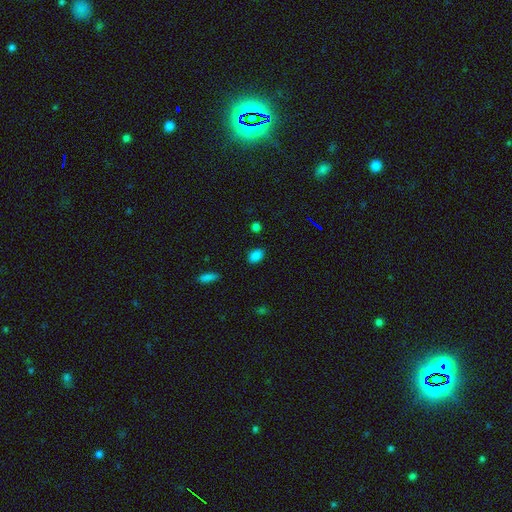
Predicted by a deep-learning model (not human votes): Smooth or featured?
  - smooth: 84% *
  - star or artifact: 12%
  - featured or disk: 4%
How rounded?
  - in between: 83% *
  - round: 16%
  - cigar-shaped: 2%
Merging?
  - none: 85% *
  - minor disturbance: 11%
  - major disturbance: 3%
  - merger: 2%